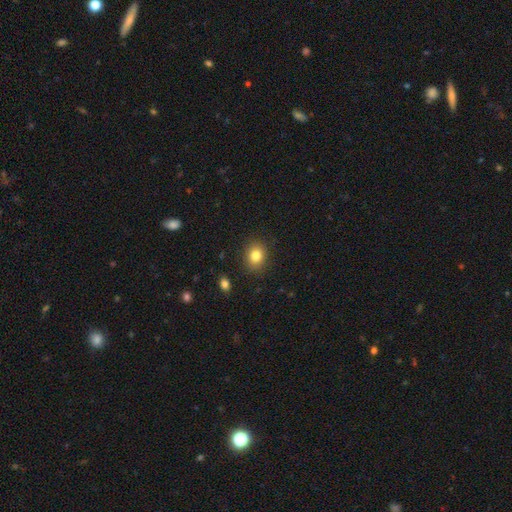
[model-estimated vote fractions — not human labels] A smooth galaxy with no disk features (82%) that is round (65%).

Vote fractions:
- Smooth or featured? smooth: 82% / star or artifact: 11% / featured or disk: 7%
- How rounded? round: 65% / in between: 35% / cigar-shaped: 1%
- Merging? none: 88% / minor disturbance: 8% / major disturbance: 2% / merger: 1%